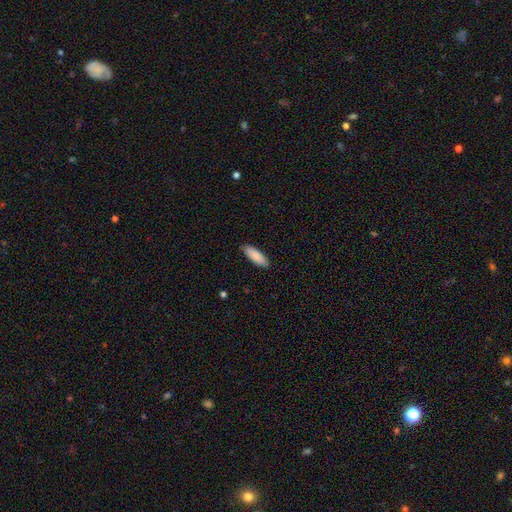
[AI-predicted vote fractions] Q: Smooth or featured?
A: smooth (89%); runner-up: featured or disk (6%)
Q: How rounded?
A: in between (53%); runner-up: cigar-shaped (46%)
Q: Merging?
A: none (89%); runner-up: minor disturbance (9%)